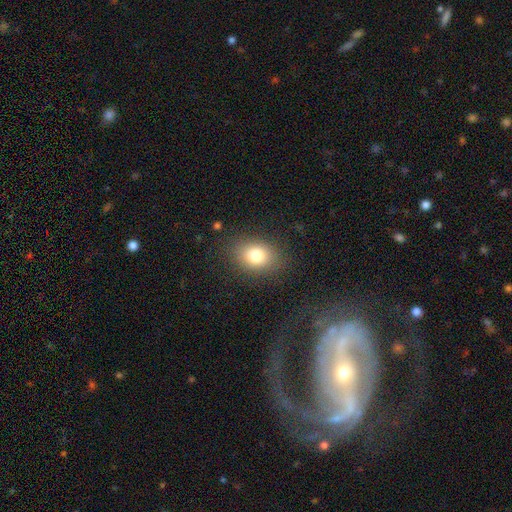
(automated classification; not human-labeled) smooth_or_featured: smooth (p=0.79) [alt: star or artifact p=0.11]
how_rounded: in between (p=0.62) [alt: round p=0.37]
merging: none (p=0.83) [alt: minor disturbance p=0.11]